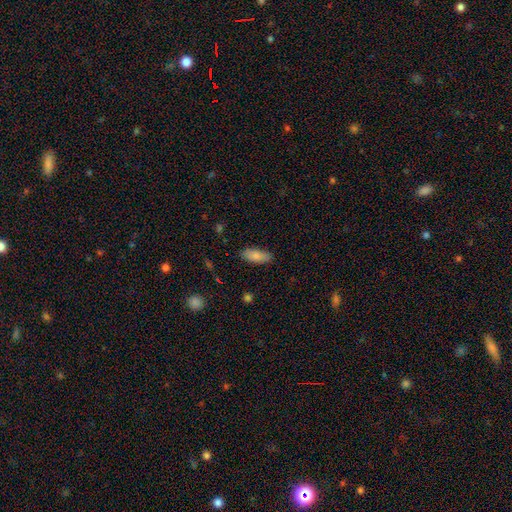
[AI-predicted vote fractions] smooth-or-featured: smooth: 85% | featured or disk: 8% | star or artifact: 7%
  how-rounded: in between: 79% | cigar-shaped: 19% | round: 2%
  merging: none: 86% | minor disturbance: 11% | major disturbance: 2% | merger: 1%